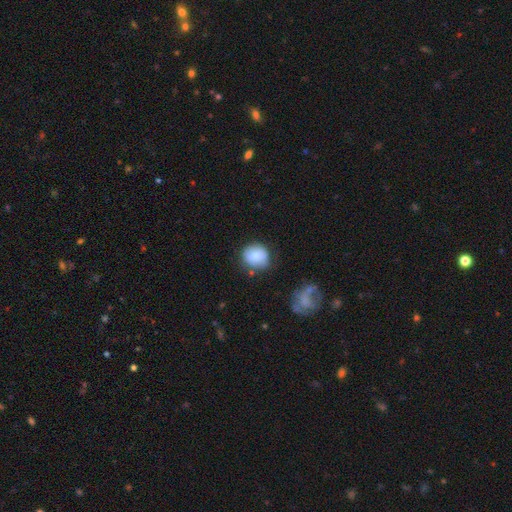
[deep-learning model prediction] Smooth or featured? Predicted: smooth (p=0.77). How rounded? Predicted: round (p=0.83). Merging? Predicted: none (p=0.73).